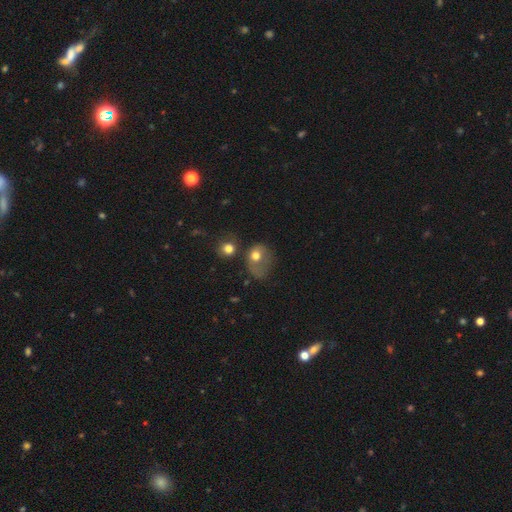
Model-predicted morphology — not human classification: Overall: smooth (68%). How rounded: round (51%; in between 48%). Merging: major disturbance (35%; none 25%).